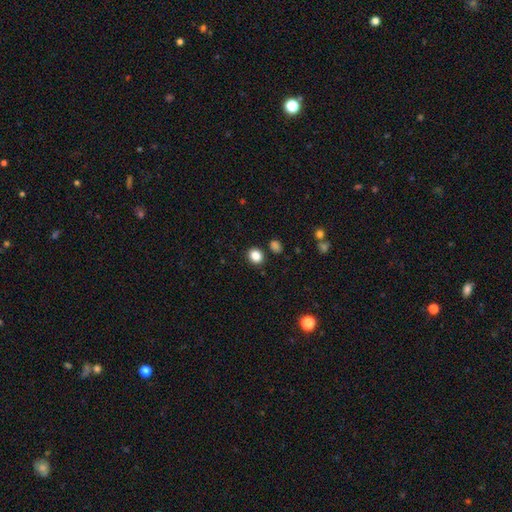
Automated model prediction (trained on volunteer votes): This is clearly a smooth galaxy (85%). How rounded: likely round (67%). Merging: clearly none (85%).